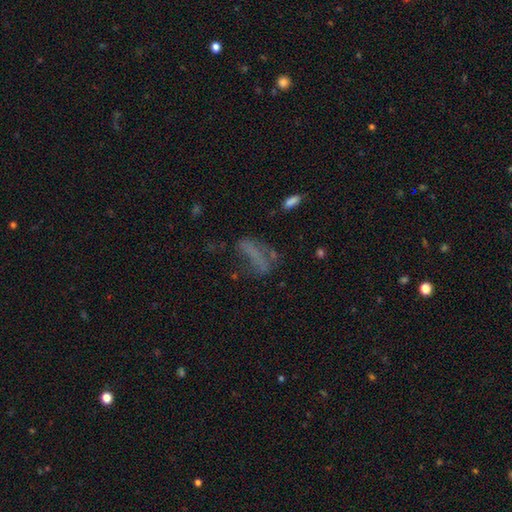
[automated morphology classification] Q: Smooth or featured?
A: smooth (44%); runner-up: featured or disk (33%)
Q: Merging?
A: none (37%); runner-up: major disturbance (35%)